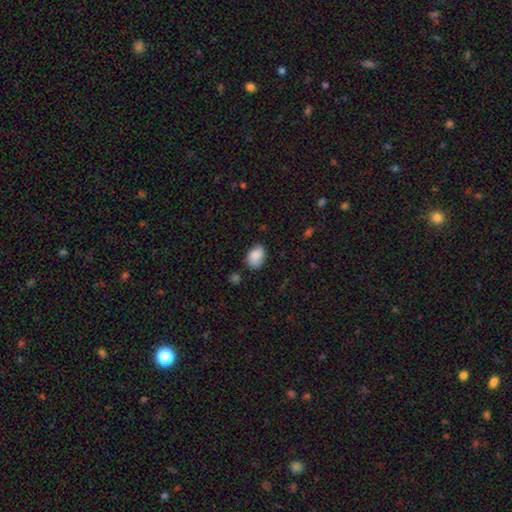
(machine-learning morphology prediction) Smooth or featured?
  - smooth: 88% *
  - star or artifact: 7%
  - featured or disk: 5%
How rounded?
  - in between: 79% *
  - round: 20%
  - cigar-shaped: 1%
Merging?
  - none: 75% *
  - minor disturbance: 19%
  - major disturbance: 4%
  - merger: 2%